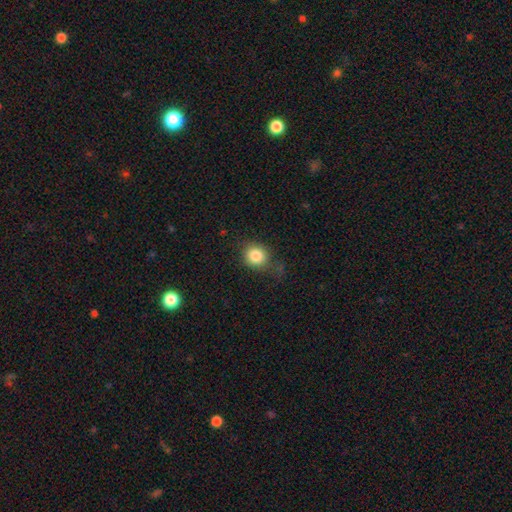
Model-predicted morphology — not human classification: Q: Smooth or featured?
A: smooth (82%); runner-up: star or artifact (10%)
Q: How rounded?
A: round (77%); runner-up: in between (22%)
Q: Merging?
A: none (68%); runner-up: minor disturbance (22%)